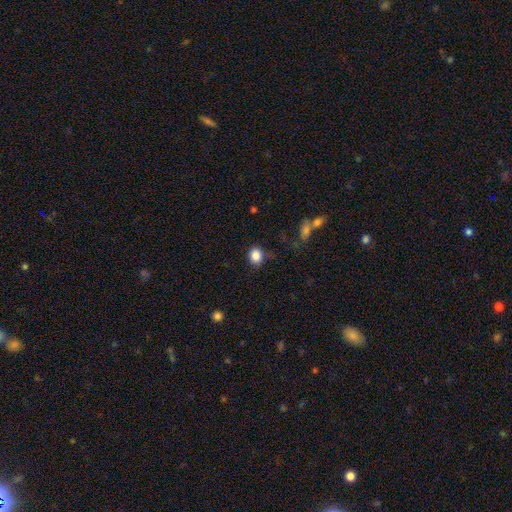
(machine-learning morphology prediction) smooth_or_featured: smooth (p=0.86) [alt: star or artifact p=0.10]
how_rounded: round (p=0.74) [alt: in between p=0.25]
merging: none (p=0.80) [alt: minor disturbance p=0.13]